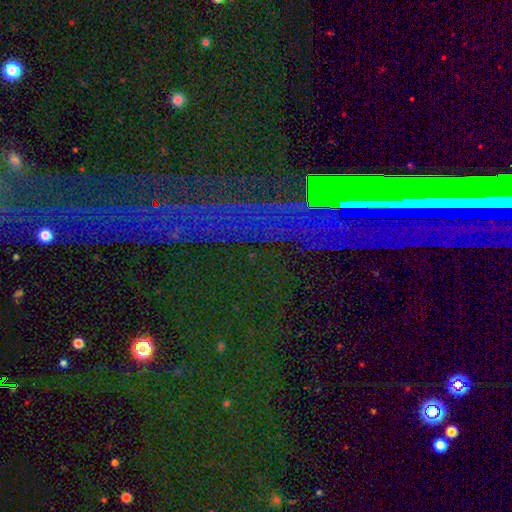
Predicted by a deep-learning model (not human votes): Morphology: type=star or artifact (76%).